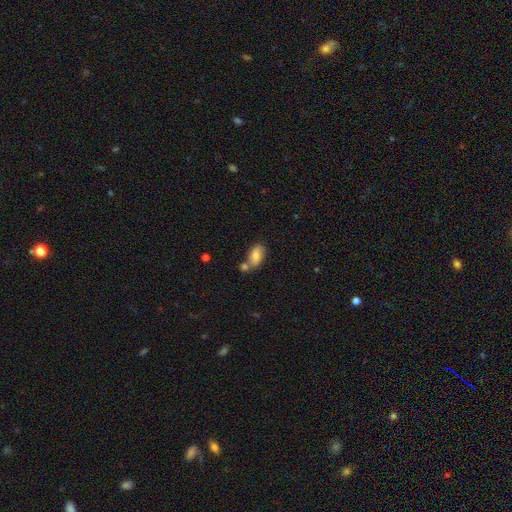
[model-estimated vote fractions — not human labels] smooth 74%, featured or disk 18%, star or artifact 8%. Down the decision tree: how rounded — in between (91%); merging — none (52%).